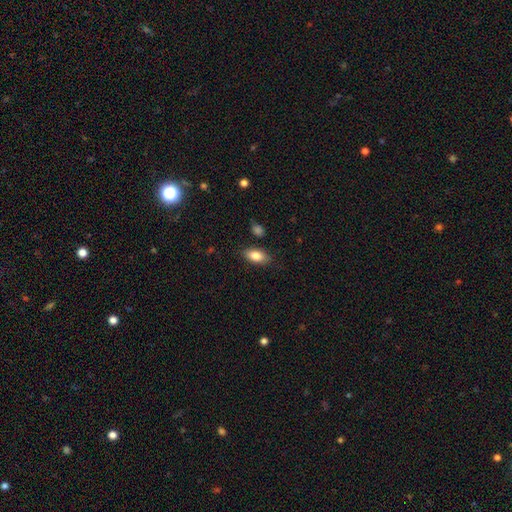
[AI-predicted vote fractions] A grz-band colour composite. It shows a smooth galaxy with no disk features (83%) that is in between round and cigar-shaped (89%). Merging: none (83%).